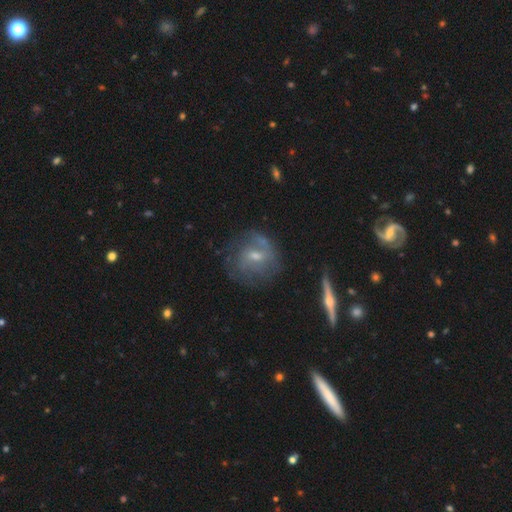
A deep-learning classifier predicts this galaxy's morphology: type=featured or disk (73%); edge-on=no (92%); bar=weak (48%); spiral arms=yes (78%); winding=tight (39%); arm count=2 (39%); bulge=small (48%); merging=none (64%).